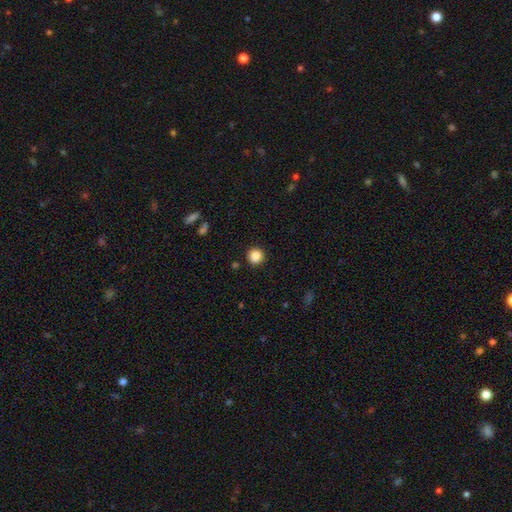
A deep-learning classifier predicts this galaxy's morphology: type=smooth (87%); roundness=round (95%); merging=none (92%).